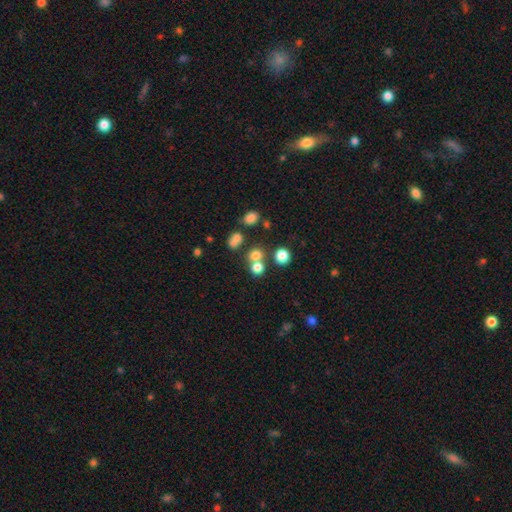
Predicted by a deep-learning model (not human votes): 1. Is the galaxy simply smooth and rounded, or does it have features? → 73% smooth, 17% star or artifact, 10% featured or disk.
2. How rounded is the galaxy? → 80% round, 18% in between, 1% cigar-shaped.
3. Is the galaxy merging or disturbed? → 54% none, 34% merger, 8% minor disturbance, 4% major disturbance.